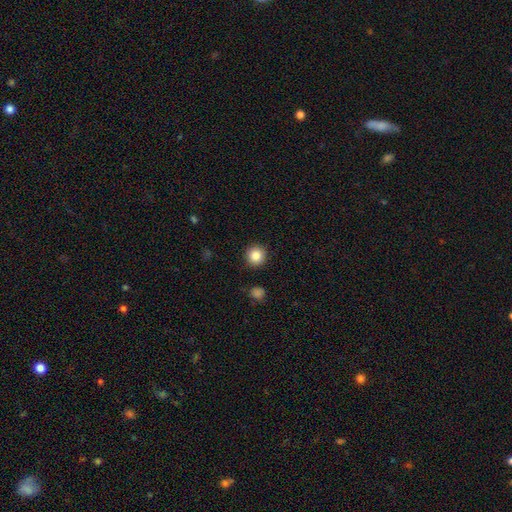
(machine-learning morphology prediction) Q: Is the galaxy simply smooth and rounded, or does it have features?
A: smooth — 85%.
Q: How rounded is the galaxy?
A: round — 95%.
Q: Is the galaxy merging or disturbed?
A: none — 91%.